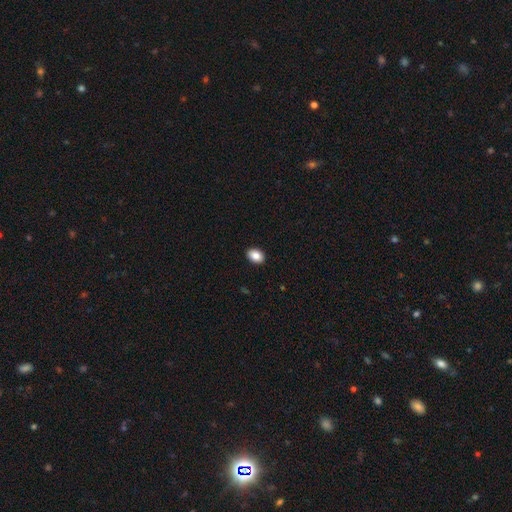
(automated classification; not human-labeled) The model was most divided on "how rounded": in between: 76%, round: 22%, cigar-shaped: 1%. More confident: merging — none (91%); smooth or featured — smooth (88%).